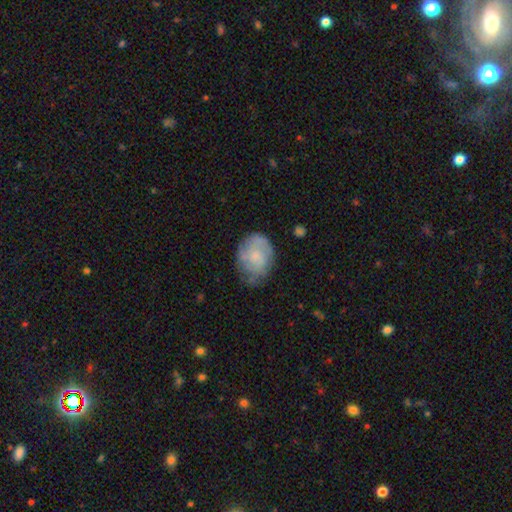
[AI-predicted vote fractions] Smooth or featured: smooth — 50% (featured or disk — 42%)
How rounded: in between — 58% (round — 41%)
Merging: none — 60% (minor disturbance — 29%)